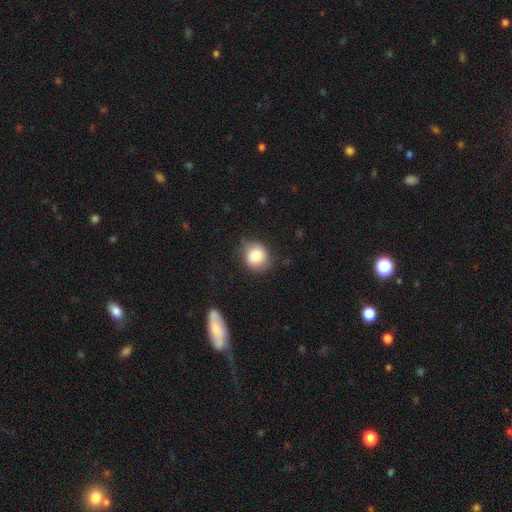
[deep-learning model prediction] This appears to be a smooth galaxy with no disk features (81%) that is round (76%). Merging: none (70%).